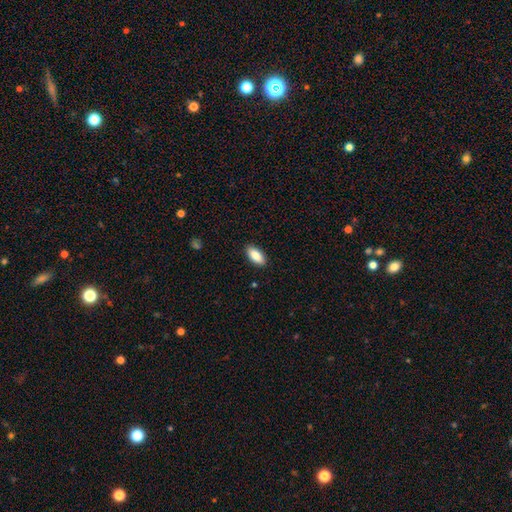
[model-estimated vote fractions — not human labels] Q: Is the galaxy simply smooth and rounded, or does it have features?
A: smooth — 88%.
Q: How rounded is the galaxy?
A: in between — 90%.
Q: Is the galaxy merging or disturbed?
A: none — 89%.